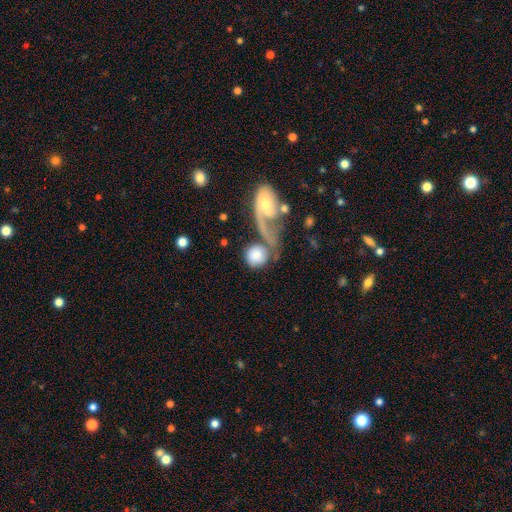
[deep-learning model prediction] Smooth or featured?
  - smooth: 69% *
  - featured or disk: 24%
  - star or artifact: 7%
How rounded?
  - round: 83% *
  - in between: 15%
  - cigar-shaped: 2%
Merging?
  - none: 39% *
  - merger: 35%
  - major disturbance: 14%
  - minor disturbance: 12%